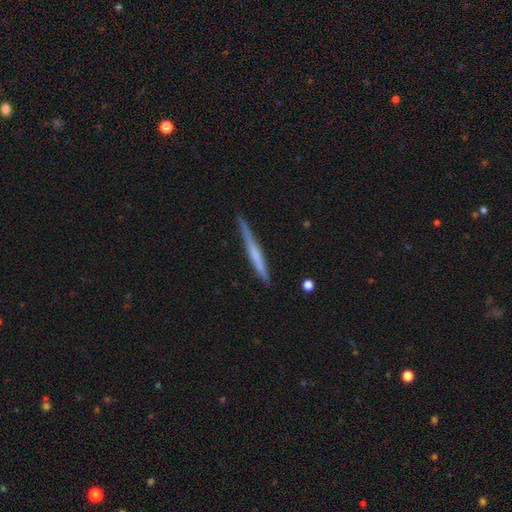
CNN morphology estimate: Smooth or featured: featured or disk — 49% (smooth — 45%)
Merging: none — 82% (minor disturbance — 14%)